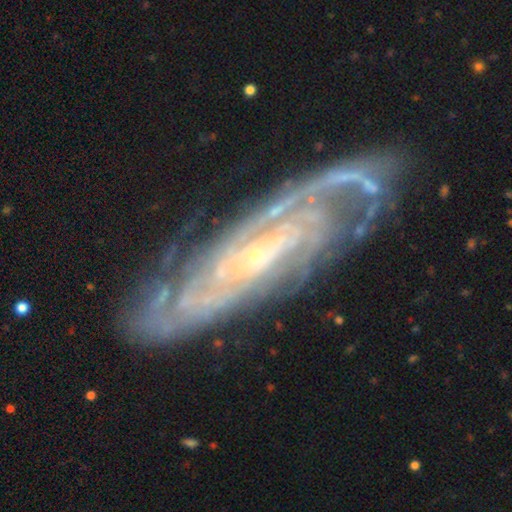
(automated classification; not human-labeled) This appears to be a featured or disk galaxy (89%) with no bar (46%), 2 (30%) tight (66%) spiral arms (97%) and a small central bulge (78%). Merging: none (78%).